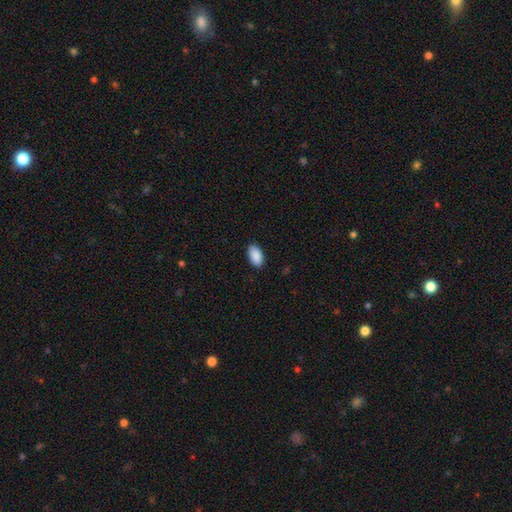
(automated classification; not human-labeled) This appears to be a smooth galaxy with no disk features (91%) that is in between round and cigar-shaped (95%). Merging: none (88%).